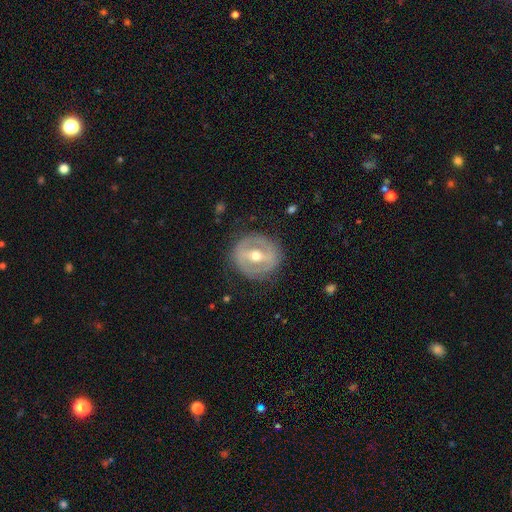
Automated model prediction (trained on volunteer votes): Q: Smooth or featured?
A: featured or disk (72%); runner-up: smooth (22%)
Q: Edge-on disk?
A: no (93%); runner-up: yes (7%)
Q: Bar?
A: strong (56%); runner-up: weak (29%)
Q: Spiral arms?
A: no (72%); runner-up: yes (28%)
Q: Bulge size?
A: moderate (74%); runner-up: small (19%)
Q: Merging?
A: none (83%); runner-up: minor disturbance (11%)